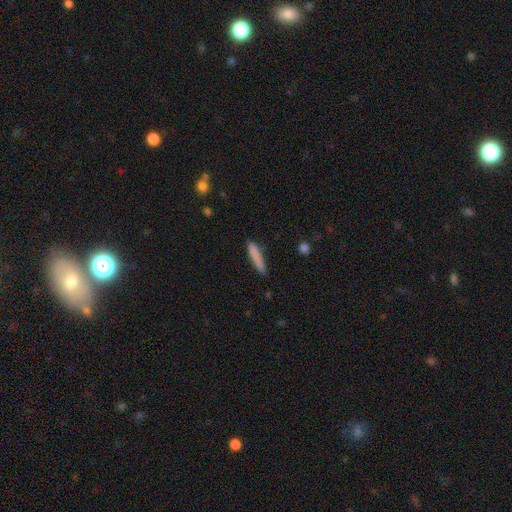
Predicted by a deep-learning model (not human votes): smooth 82%, featured or disk 11%, star or artifact 6%. Down the decision tree: how rounded — cigar-shaped (92%); merging — none (84%).